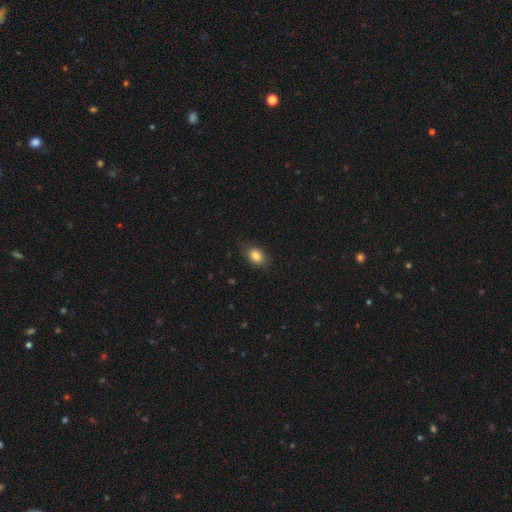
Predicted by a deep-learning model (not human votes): smooth-or-featured: smooth: 84% | star or artifact: 9% | featured or disk: 7%
  how-rounded: in between: 76% | round: 22% | cigar-shaped: 2%
  merging: none: 81% | minor disturbance: 15% | major disturbance: 3% | merger: 1%